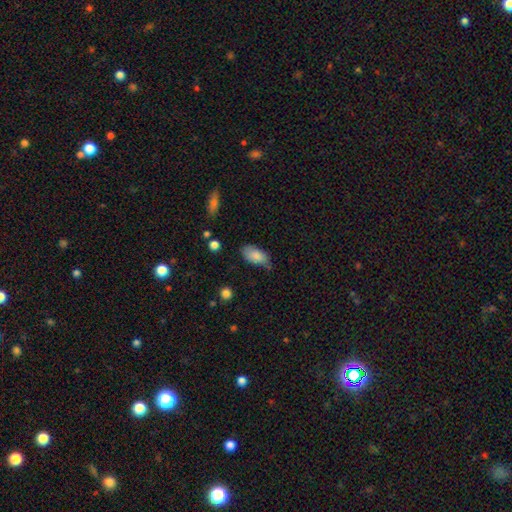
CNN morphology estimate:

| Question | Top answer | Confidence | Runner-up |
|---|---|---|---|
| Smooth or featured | smooth | 84% | featured or disk (8%) |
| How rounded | in between | 93% | cigar-shaped (4%) |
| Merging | none | 60% | minor disturbance (31%) |